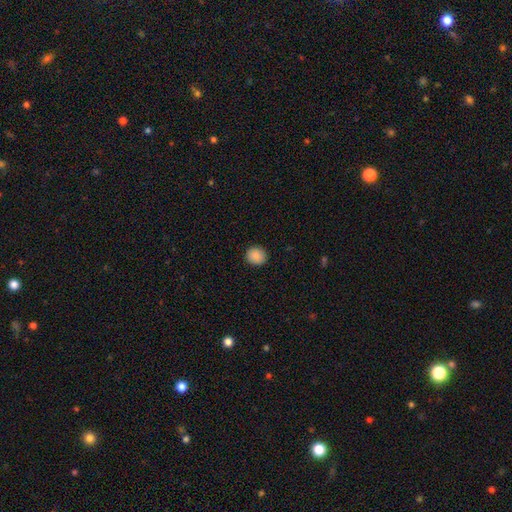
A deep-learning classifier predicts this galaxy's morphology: type=smooth (88%); roundness=round (82%); merging=none (91%).